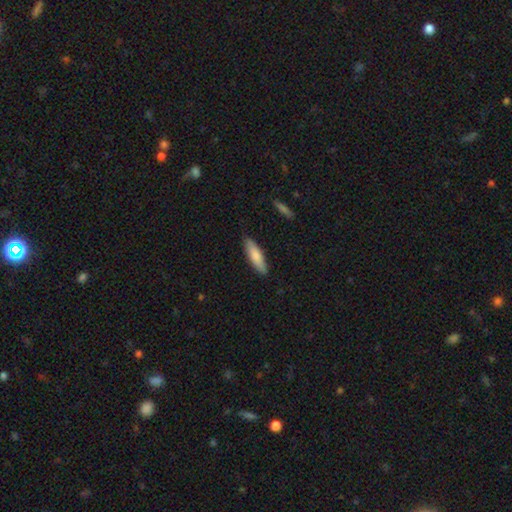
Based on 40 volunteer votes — A smooth galaxy with no disk features (70%) that is cigar-shaped (75%). Merging: none (92%).